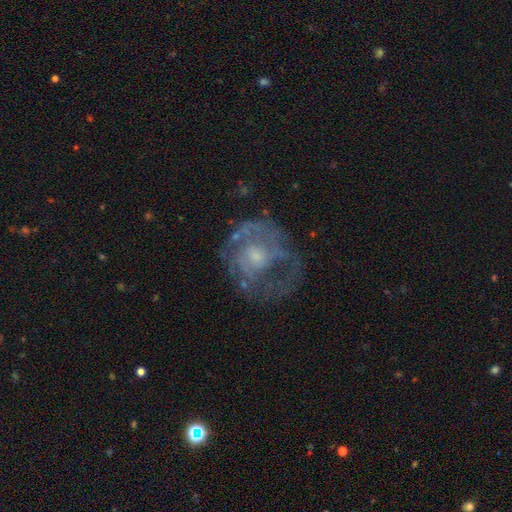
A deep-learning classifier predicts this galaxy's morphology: Q: Smooth or featured?
A: featured or disk (69%); runner-up: smooth (22%)
Q: Edge-on disk?
A: no (97%); runner-up: yes (3%)
Q: Bar?
A: no (77%); runner-up: weak (20%)
Q: Spiral arms?
A: yes (55%); runner-up: no (45%)
Q: Bulge size?
A: small (45%); runner-up: moderate (39%)
Q: Merging?
A: none (50%); runner-up: major disturbance (28%)